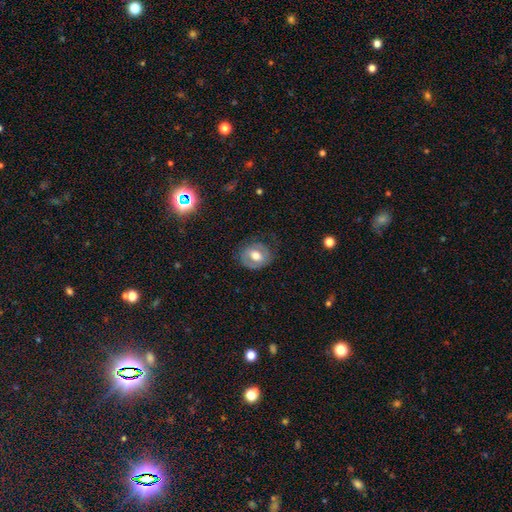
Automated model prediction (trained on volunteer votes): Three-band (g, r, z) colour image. It shows a smooth galaxy with no disk features (49%). Merging: none (73%).